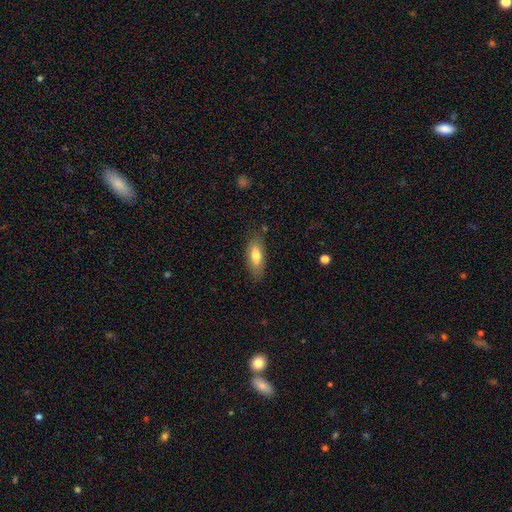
Q: Smooth or featured?
A: smooth (84%); runner-up: featured or disk (14%)
Q: How rounded?
A: in between (77%); runner-up: cigar-shaped (19%)
Q: Merging?
A: none (89%); runner-up: minor disturbance (8%)